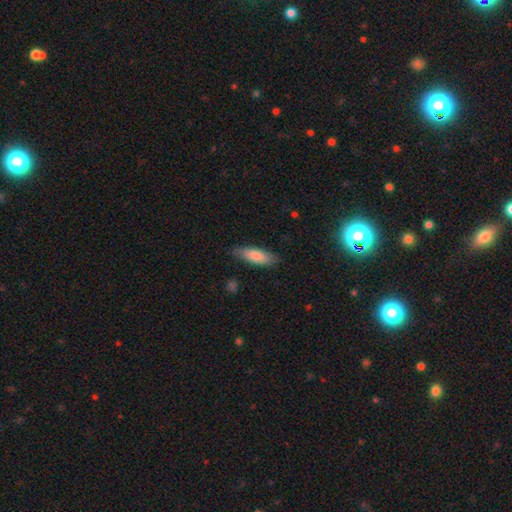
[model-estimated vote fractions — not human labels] Smooth or featured?
  - smooth: 79% *
  - featured or disk: 15%
  - star or artifact: 6%
How rounded?
  - in between: 50% *
  - cigar-shaped: 48%
  - round: 2%
Merging?
  - none: 82% *
  - minor disturbance: 14%
  - major disturbance: 3%
  - merger: 1%